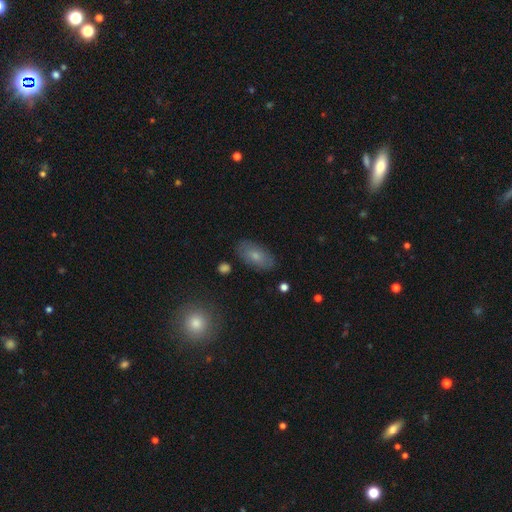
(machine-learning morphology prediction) type=smooth (72%); roundness=in between (93%); merging=none (84%).